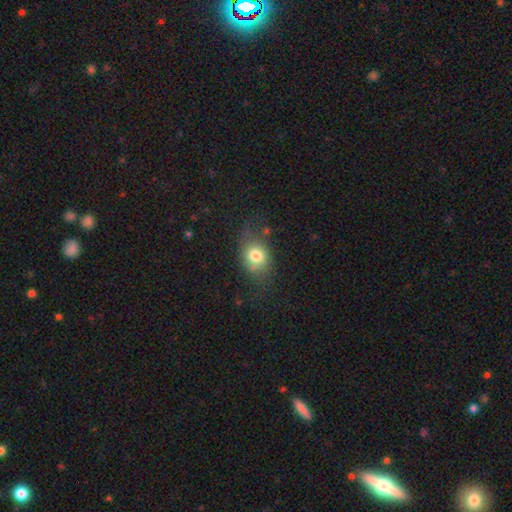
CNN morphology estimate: Q: Smooth or featured?
A: smooth (75%); runner-up: featured or disk (15%)
Q: How rounded?
A: in between (56%); runner-up: round (43%)
Q: Merging?
A: none (59%); runner-up: minor disturbance (25%)